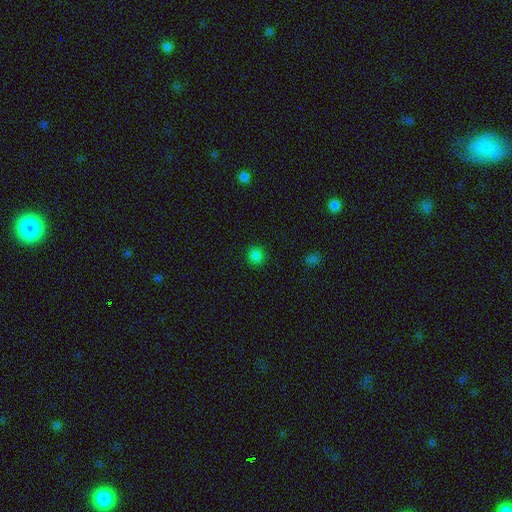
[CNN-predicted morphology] type=smooth (82%); roundness=round (89%); merging=none (91%).